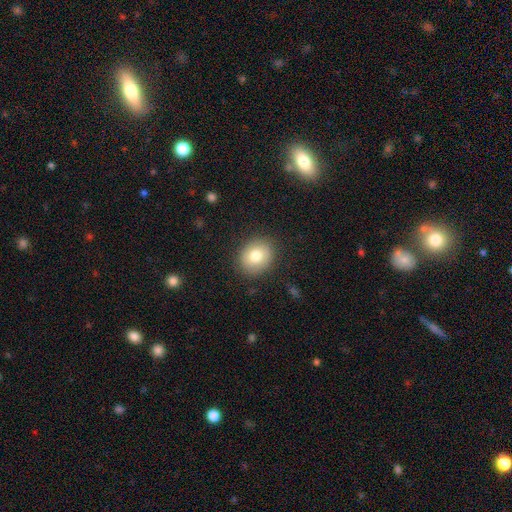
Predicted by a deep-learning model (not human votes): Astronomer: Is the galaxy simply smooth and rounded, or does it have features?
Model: smooth — 78%.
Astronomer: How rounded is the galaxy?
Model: round — 68%.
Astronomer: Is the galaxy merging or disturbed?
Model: none — 87%.